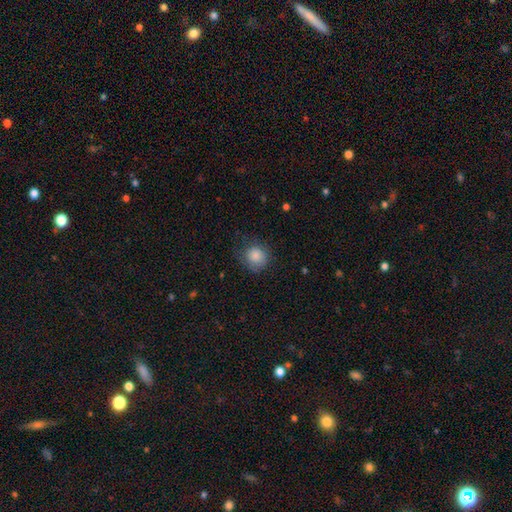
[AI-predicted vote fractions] Smooth or featured: smooth — 84% (star or artifact — 8%)
How rounded: round — 87% (in between — 12%)
Merging: none — 67% (minor disturbance — 22%)